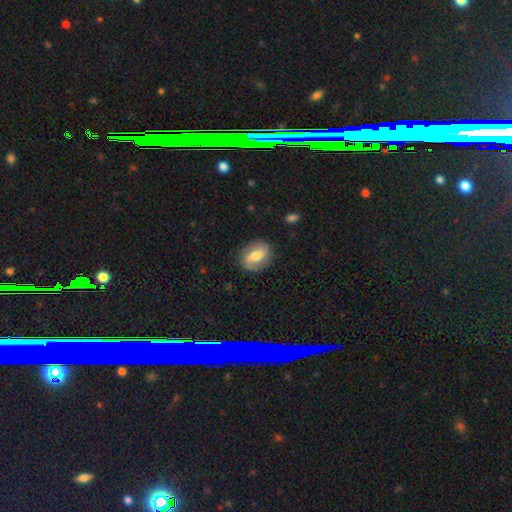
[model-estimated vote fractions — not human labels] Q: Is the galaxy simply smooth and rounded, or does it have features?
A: featured or disk — 57%.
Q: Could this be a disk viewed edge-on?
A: no — 93%.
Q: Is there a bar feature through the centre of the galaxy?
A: strong — 43%.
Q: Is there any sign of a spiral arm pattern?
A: yes — 68%.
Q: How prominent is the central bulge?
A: moderate — 67%.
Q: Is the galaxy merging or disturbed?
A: none — 85%.